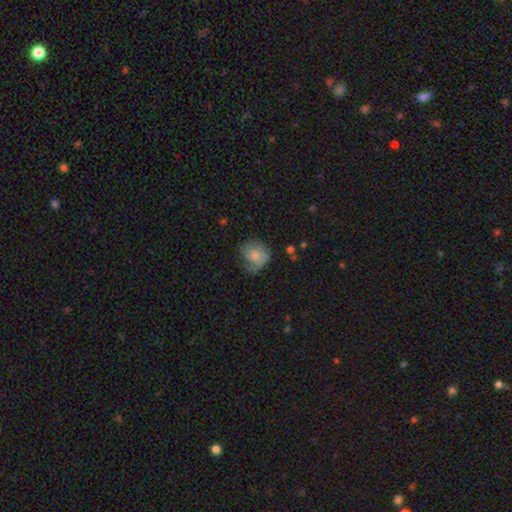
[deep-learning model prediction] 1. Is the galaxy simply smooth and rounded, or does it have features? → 62% smooth, 30% featured or disk, 8% star or artifact.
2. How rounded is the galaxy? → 75% round, 24% in between, 1% cigar-shaped.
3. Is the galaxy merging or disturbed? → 47% none, 31% minor disturbance, 20% major disturbance, 2% merger.